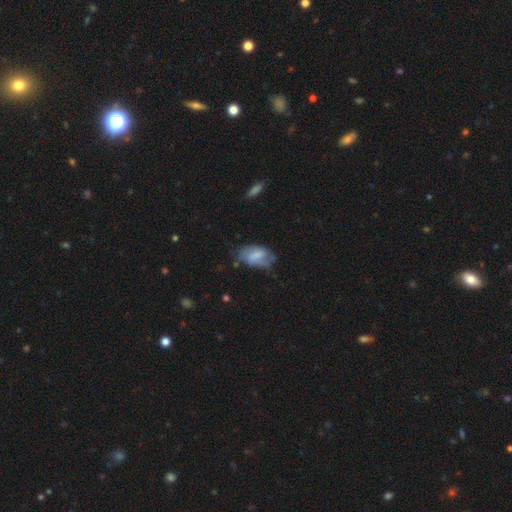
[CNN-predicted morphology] Smooth or featured? Predicted: smooth (p=0.55). How rounded? Predicted: in between (p=0.92). Merging? Predicted: none (p=0.52).